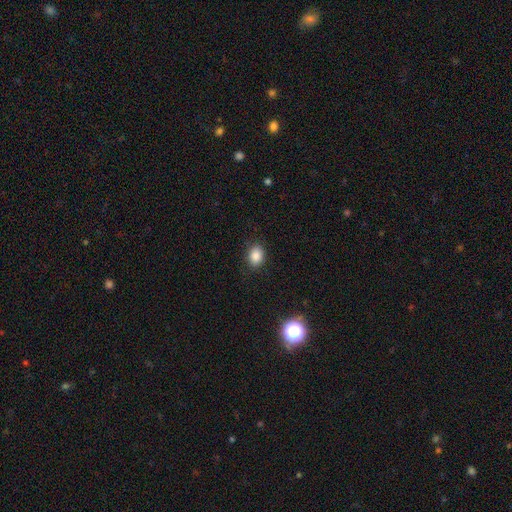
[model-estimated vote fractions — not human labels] Q: Smooth or featured?
A: smooth (86%); runner-up: star or artifact (10%)
Q: How rounded?
A: in between (69%); runner-up: round (30%)
Q: Merging?
A: none (86%); runner-up: minor disturbance (11%)